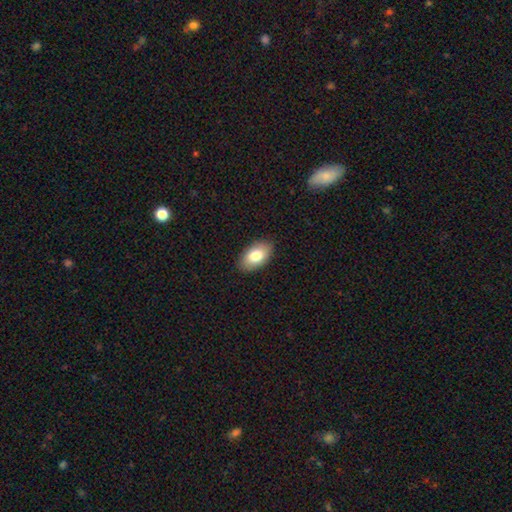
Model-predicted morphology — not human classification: Smooth or featured: smooth — 82% (featured or disk — 12%)
How rounded: in between — 94% (round — 4%)
Merging: none — 88% (minor disturbance — 9%)